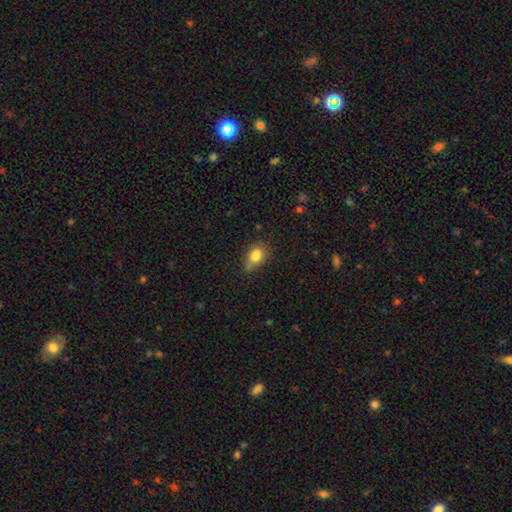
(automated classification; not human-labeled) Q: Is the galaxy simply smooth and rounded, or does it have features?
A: smooth — 81%.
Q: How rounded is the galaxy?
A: in between — 77%.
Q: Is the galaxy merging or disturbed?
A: none — 54%.